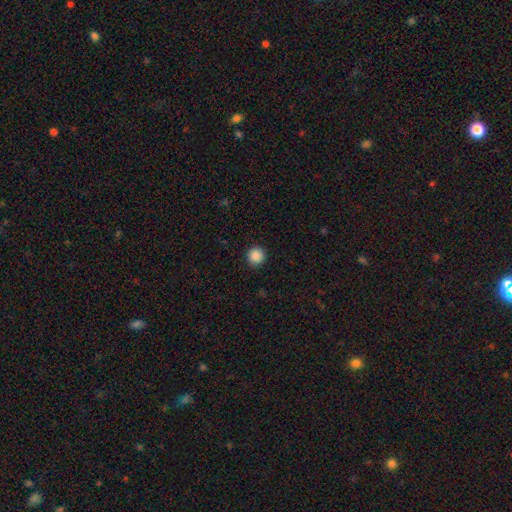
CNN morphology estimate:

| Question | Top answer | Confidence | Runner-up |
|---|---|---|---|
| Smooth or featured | smooth | 88% | star or artifact (9%) |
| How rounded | round | 95% | in between (4%) |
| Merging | none | 92% | minor disturbance (5%) |